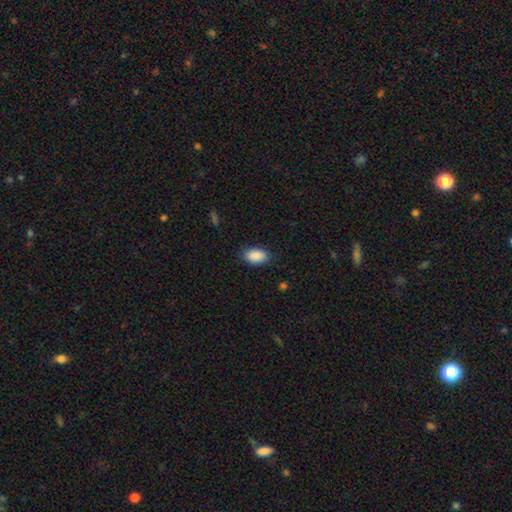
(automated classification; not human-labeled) Smooth or featured?
  - smooth: 90% *
  - star or artifact: 7%
  - featured or disk: 3%
How rounded?
  - in between: 91% *
  - round: 7%
  - cigar-shaped: 1%
Merging?
  - none: 83% *
  - minor disturbance: 13%
  - major disturbance: 3%
  - merger: 1%